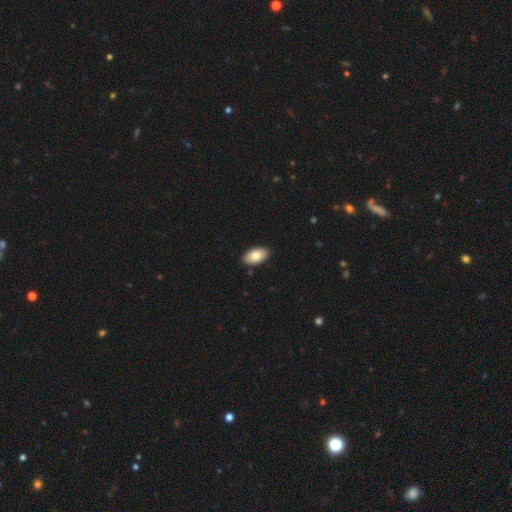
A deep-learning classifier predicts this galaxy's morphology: Q: Smooth or featured?
A: smooth (83%); runner-up: featured or disk (10%)
Q: How rounded?
A: in between (95%); runner-up: round (4%)
Q: Merging?
A: none (89%); runner-up: minor disturbance (8%)